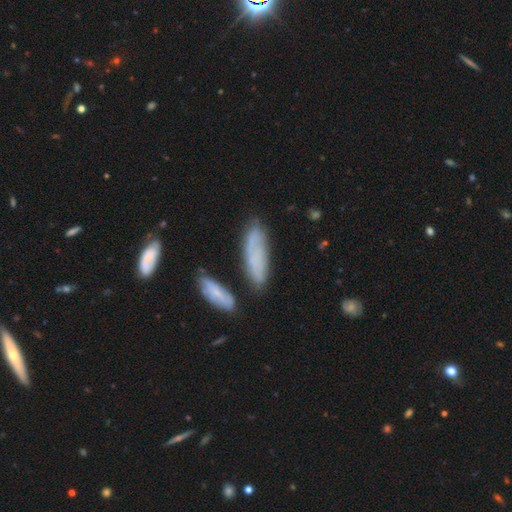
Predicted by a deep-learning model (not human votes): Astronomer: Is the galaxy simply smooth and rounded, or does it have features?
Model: smooth — 61%.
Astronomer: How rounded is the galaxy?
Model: in between — 53% (runner-up: cigar-shaped, 44%).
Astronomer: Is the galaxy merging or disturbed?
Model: none — 63%.